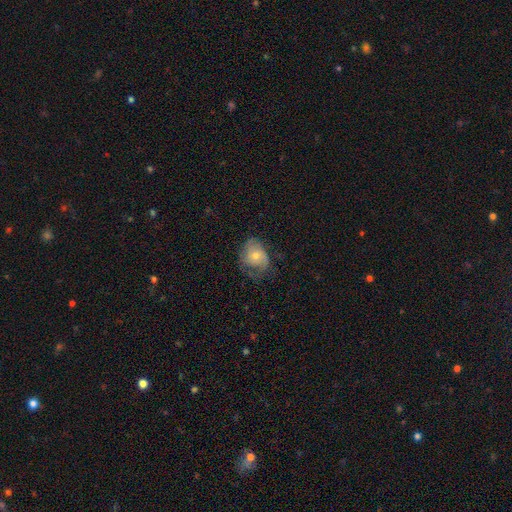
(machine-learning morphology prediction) smooth 54%, featured or disk 38%, star or artifact 8%. Down the decision tree: how rounded — in between (52%); merging — none (44%).